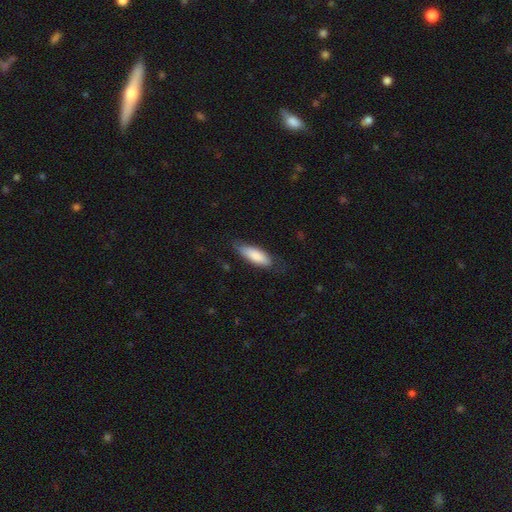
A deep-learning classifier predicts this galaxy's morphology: smooth_or_featured: smooth (p=0.82) [alt: featured or disk p=0.12]
how_rounded: in between (p=0.66) [alt: cigar-shaped p=0.32]
merging: none (p=0.68) [alt: minor disturbance p=0.24]